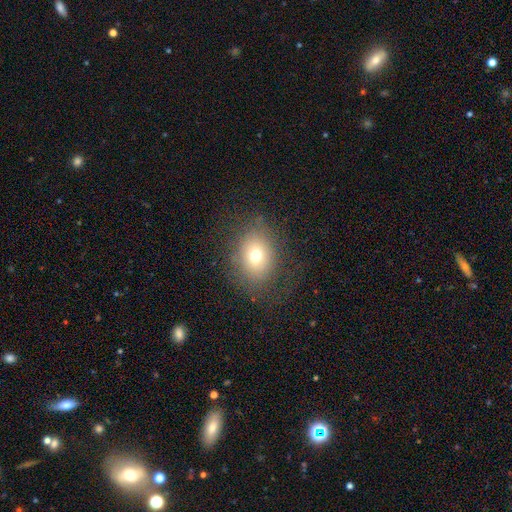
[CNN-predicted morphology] Smooth or featured? smooth (70%)
How rounded? in between (51%)
Merging? none (75%)